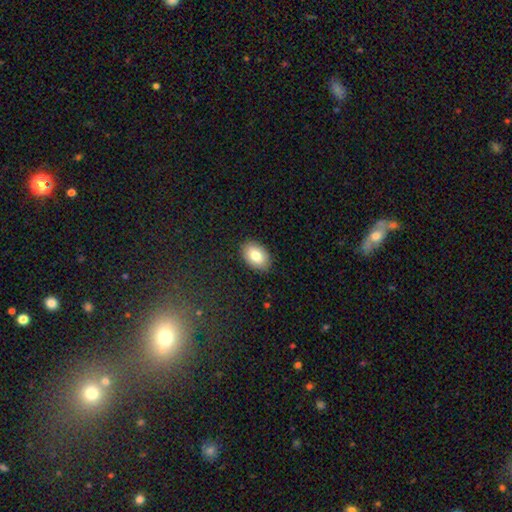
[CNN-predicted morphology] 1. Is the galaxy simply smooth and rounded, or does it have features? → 80% smooth, 12% featured or disk, 7% star or artifact.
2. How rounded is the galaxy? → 87% in between, 12% round, 1% cigar-shaped.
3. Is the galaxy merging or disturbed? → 88% none, 9% minor disturbance, 2% major disturbance, 1% merger.